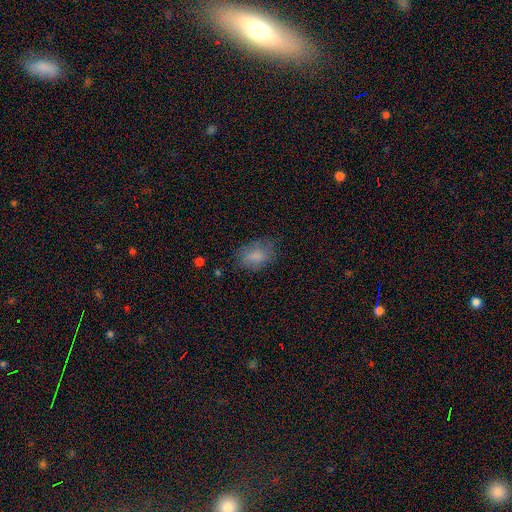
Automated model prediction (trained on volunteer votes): Smooth or featured?
  - smooth: 81% *
  - featured or disk: 10%
  - star or artifact: 9%
How rounded?
  - in between: 83% *
  - round: 15%
  - cigar-shaped: 1%
Merging?
  - none: 69% *
  - minor disturbance: 22%
  - major disturbance: 8%
  - merger: 2%